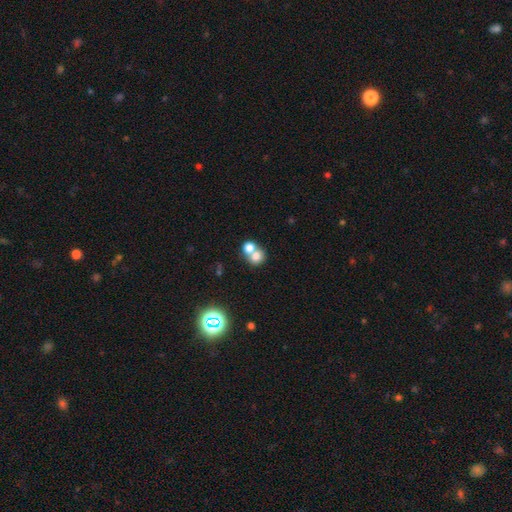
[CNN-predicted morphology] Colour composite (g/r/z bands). It shows a smooth galaxy with no disk features (73%) that is round (72%). Merging: merger (57%).